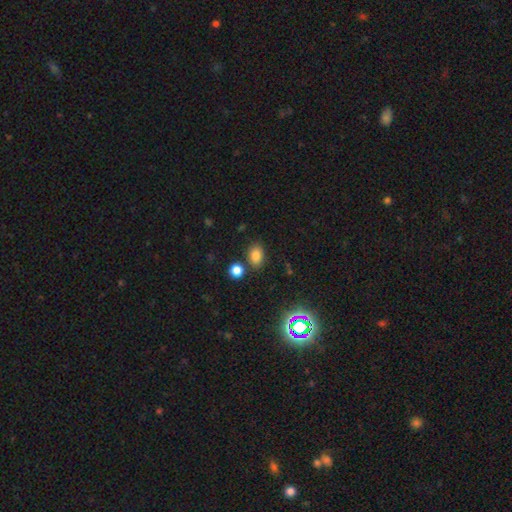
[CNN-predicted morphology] smooth-or-featured: smooth: 80% | star or artifact: 14% | featured or disk: 6%
  how-rounded: in between: 76% | round: 22% | cigar-shaped: 1%
  merging: none: 78% | minor disturbance: 11% | merger: 8% | major disturbance: 3%